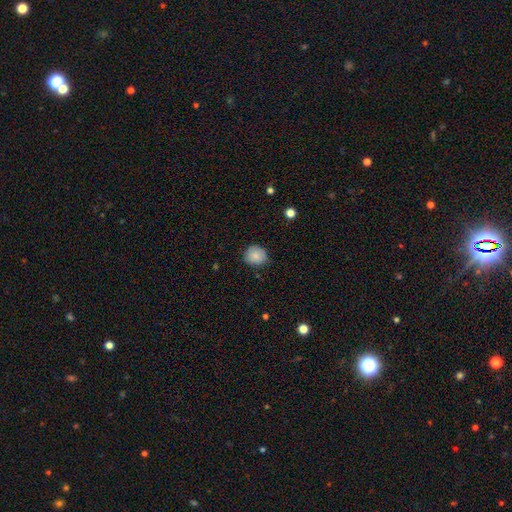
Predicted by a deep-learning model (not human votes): A smooth galaxy with no disk features (84%) that is round (81%). Merging: none (77%).